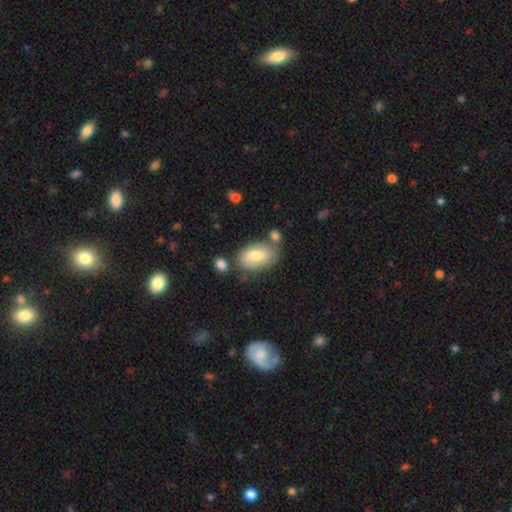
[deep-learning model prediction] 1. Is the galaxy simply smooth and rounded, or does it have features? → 64% smooth, 29% featured or disk, 7% star or artifact.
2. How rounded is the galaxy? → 89% in between, 9% round, 2% cigar-shaped.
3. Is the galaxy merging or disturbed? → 64% none, 18% minor disturbance, 13% merger, 5% major disturbance.